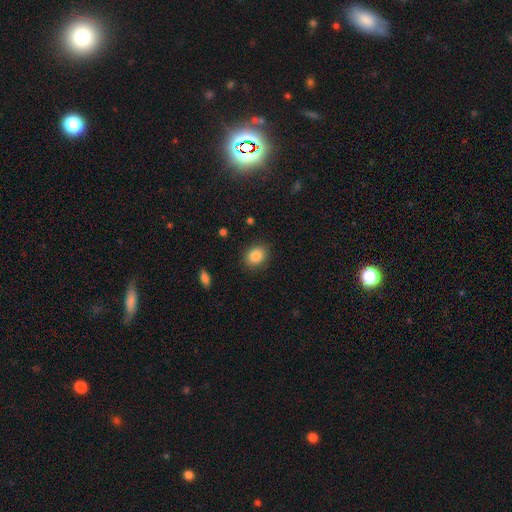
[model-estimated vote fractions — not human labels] This appears to be a smooth galaxy with no disk features (84%) that is round (50%). Merging: none (87%).